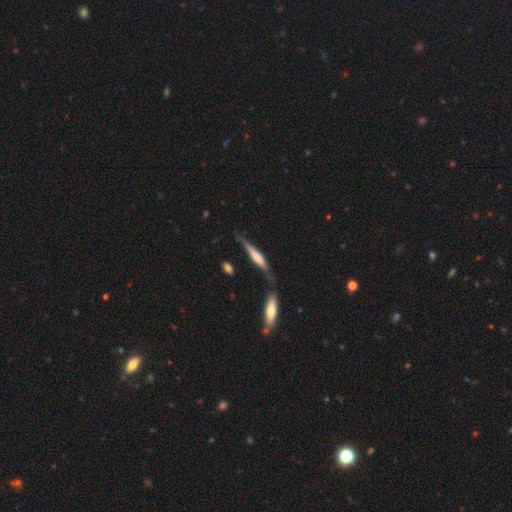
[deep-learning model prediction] Q: Smooth or featured?
A: featured or disk (57%); runner-up: smooth (37%)
Q: Edge-on disk?
A: yes (94%); runner-up: no (6%)
Q: Edge-on bulge?
A: rounded (45%); runner-up: boxy (39%)
Q: Merging?
A: none (58%); runner-up: minor disturbance (21%)